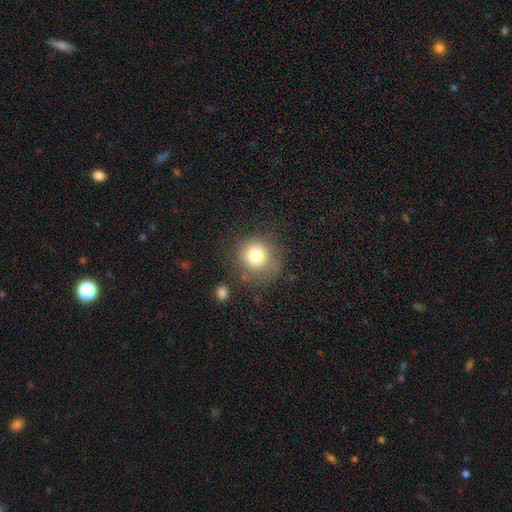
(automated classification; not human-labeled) Q: Smooth or featured?
A: smooth (78%); runner-up: featured or disk (11%)
Q: How rounded?
A: round (90%); runner-up: in between (9%)
Q: Merging?
A: none (69%); runner-up: minor disturbance (18%)